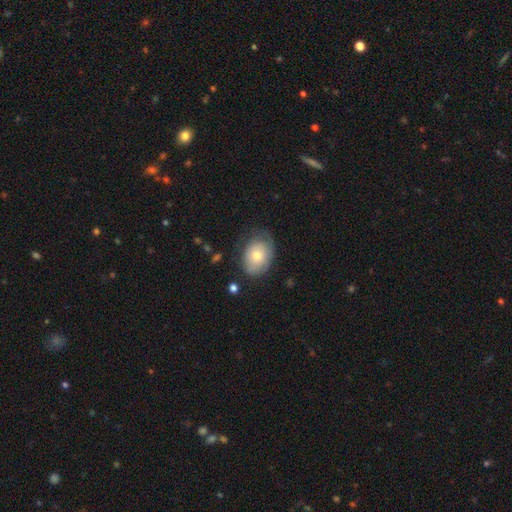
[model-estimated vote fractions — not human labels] Q: Smooth or featured?
A: smooth (69%); runner-up: featured or disk (24%)
Q: How rounded?
A: in between (70%); runner-up: round (29%)
Q: Merging?
A: none (61%); runner-up: minor disturbance (28%)